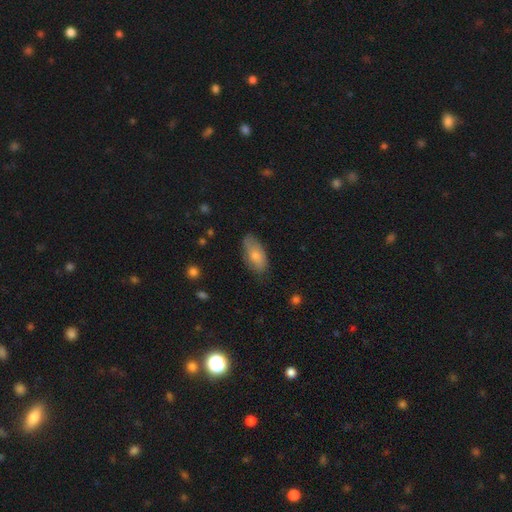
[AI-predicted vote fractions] smooth-or-featured: smooth: 72% | featured or disk: 22% | star or artifact: 6%
  how-rounded: in between: 91% | cigar-shaped: 6% | round: 3%
  merging: none: 68% | minor disturbance: 25% | major disturbance: 6% | merger: 2%